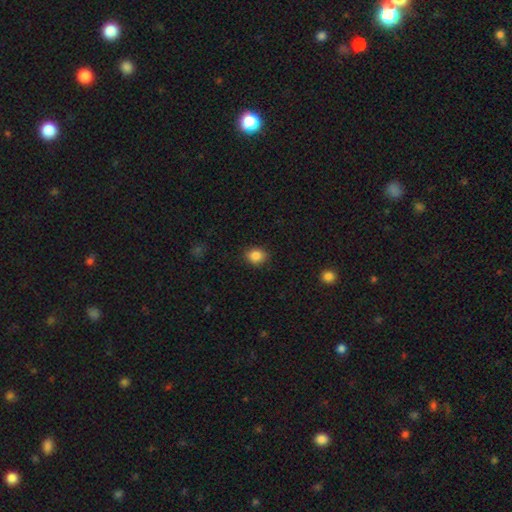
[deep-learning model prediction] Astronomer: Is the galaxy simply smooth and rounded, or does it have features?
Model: smooth — 86%.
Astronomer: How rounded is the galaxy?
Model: round — 62% (runner-up: in between, 37%).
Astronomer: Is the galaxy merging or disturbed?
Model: none — 88%.